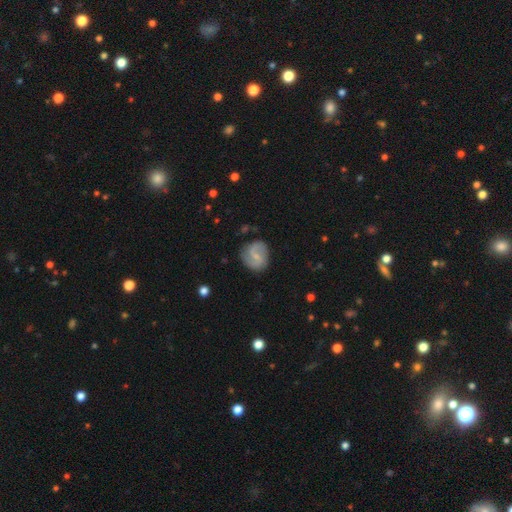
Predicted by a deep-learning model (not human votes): A featured or disk galaxy (67%) with a weak bar (55%), 2 (84%) medium (45%) spiral arms (90%) and a small central bulge (63%).

Vote fractions:
- Smooth or featured? featured or disk: 67% / smooth: 27% / star or artifact: 6%
- Edge-on disk? no: 98% / yes: 2%
- Bar? weak: 55% / no: 29% / strong: 15%
- Spiral arms? yes: 90% / no: 10%
- Spiral winding? medium: 45% / loose: 36% / tight: 19%
- Spiral arm count? 2: 84% / can't tell: 8% / 1: 4% / 3: 2% / 4: 1% / more than 4: 1%
- Bulge size? small: 63% / moderate: 19% / none: 17% / large: 1% / dominant: 1%
- Merging? none: 75% / minor disturbance: 17% / major disturbance: 6% / merger: 2%